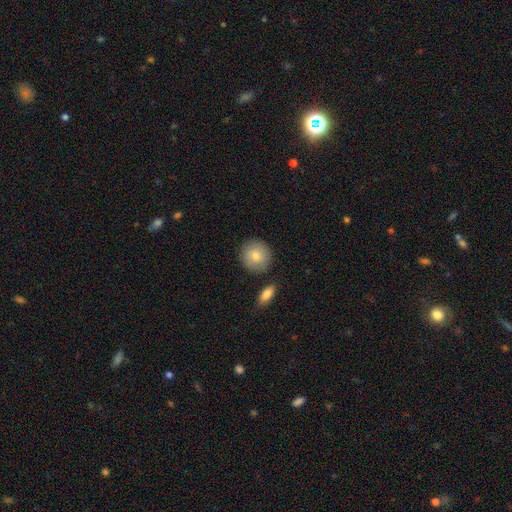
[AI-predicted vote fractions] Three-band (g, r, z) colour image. It shows a smooth galaxy with no disk features (82%) that is round (89%). Merging: none (84%).